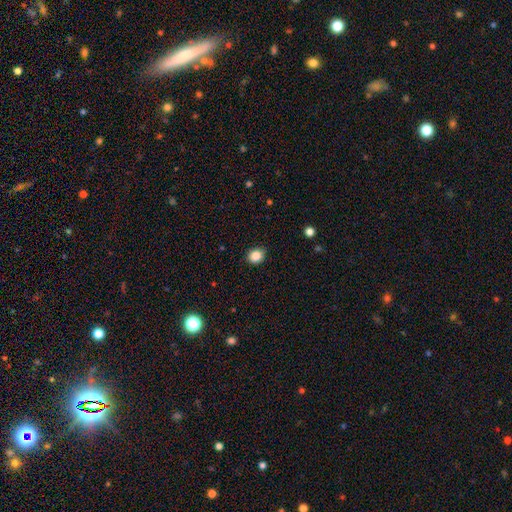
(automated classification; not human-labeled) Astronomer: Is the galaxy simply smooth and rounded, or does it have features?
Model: smooth — 86%.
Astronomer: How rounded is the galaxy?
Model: round — 67%.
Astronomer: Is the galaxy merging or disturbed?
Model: none — 86%.